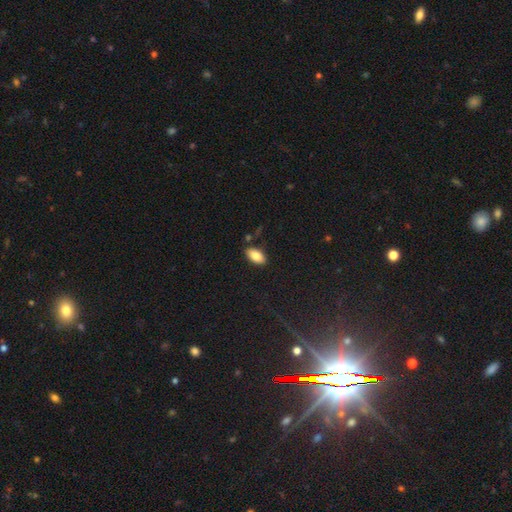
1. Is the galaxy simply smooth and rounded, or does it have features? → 89% smooth, 5% featured or disk, 5% star or artifact.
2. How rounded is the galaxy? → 91% in between, 9% cigar-shaped, 0% round.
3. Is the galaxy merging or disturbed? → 80% none, 14% minor disturbance, 6% merger, 0% major disturbance.